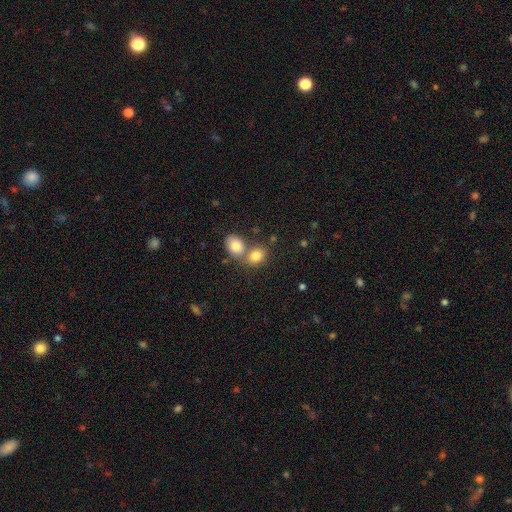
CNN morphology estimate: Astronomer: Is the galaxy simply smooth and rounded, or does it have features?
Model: smooth — 81%.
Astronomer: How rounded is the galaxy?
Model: in between — 53% (runner-up: round, 46%).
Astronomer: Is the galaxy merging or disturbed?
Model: merger — 48% (runner-up: none, 41%).